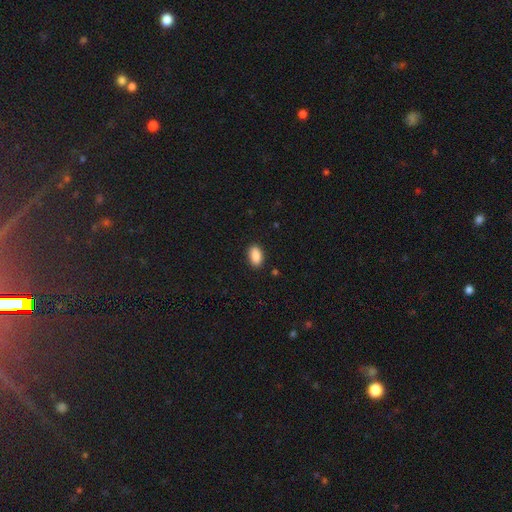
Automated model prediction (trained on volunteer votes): Q: Smooth or featured?
A: smooth (89%); runner-up: star or artifact (8%)
Q: How rounded?
A: in between (92%); runner-up: round (5%)
Q: Merging?
A: none (89%); runner-up: minor disturbance (8%)